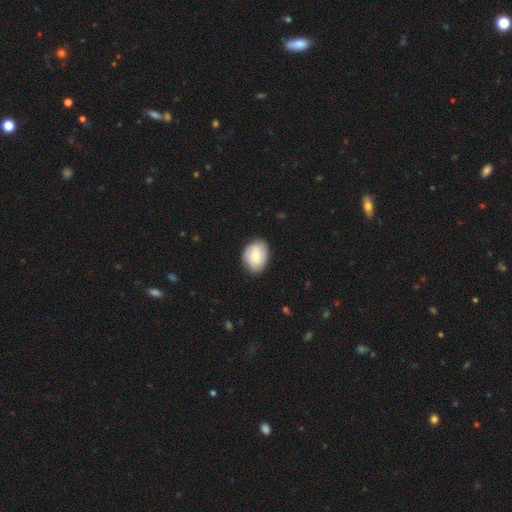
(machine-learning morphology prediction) The model was most divided on "smooth or featured": smooth: 61%, featured or disk: 32%, star or artifact: 7%. More confident: merging — none (81%); how rounded — in between (65%).